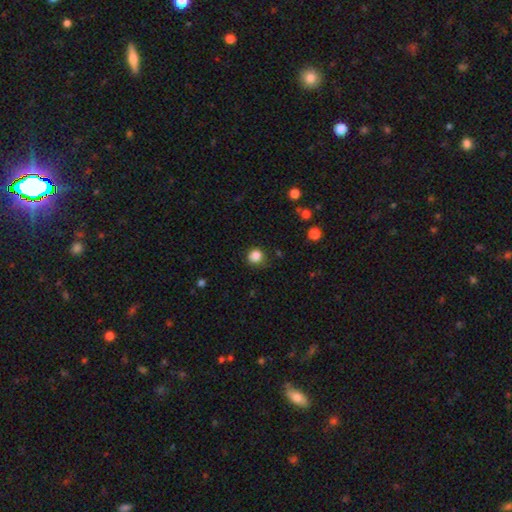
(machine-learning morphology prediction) type=smooth (85%); roundness=round (91%); merging=none (83%).